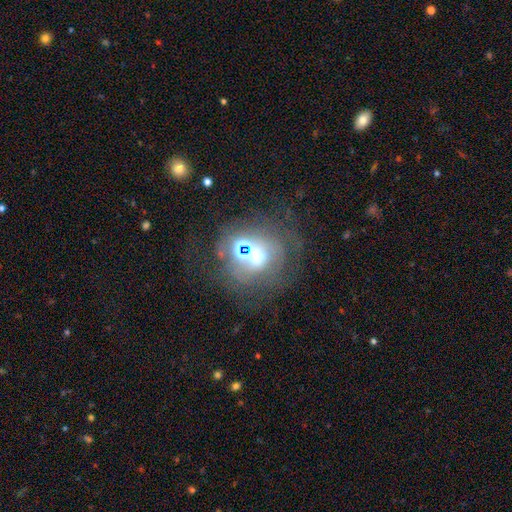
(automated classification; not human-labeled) smooth-or-featured: smooth: 37% (tied) | star or artifact: 37% (tied) | featured or disk: 26%
  merging: none: 52% | merger: 21% | major disturbance: 15% | minor disturbance: 13%